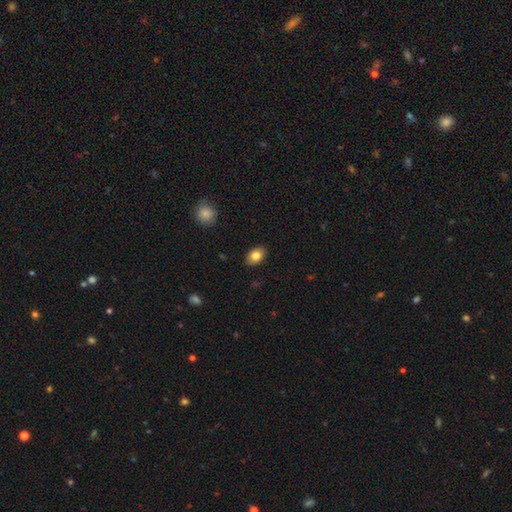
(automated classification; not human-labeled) Smooth or featured? smooth (82%)
How rounded? in between (80%)
Merging? none (88%)